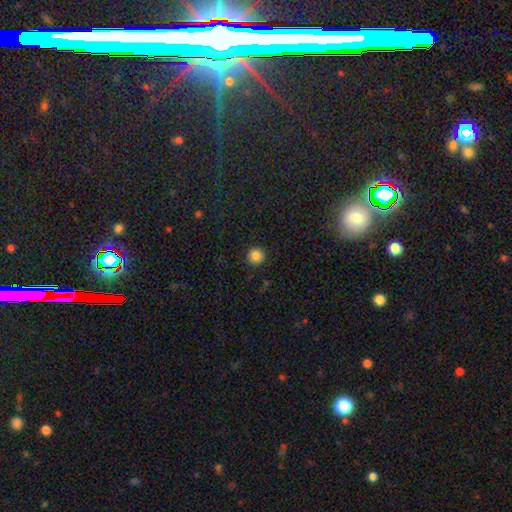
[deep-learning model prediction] smooth 86%, star or artifact 11%, featured or disk 4%. Down the decision tree: how rounded — round (95%); merging — none (92%).